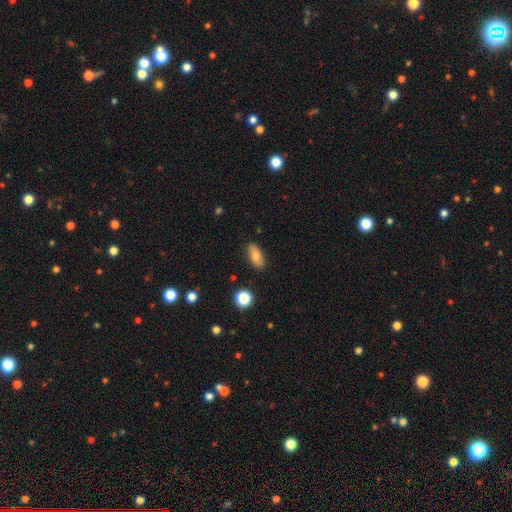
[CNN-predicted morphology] Smooth or featured? smooth (75%)
How rounded? in between (84%)
Merging? none (86%)